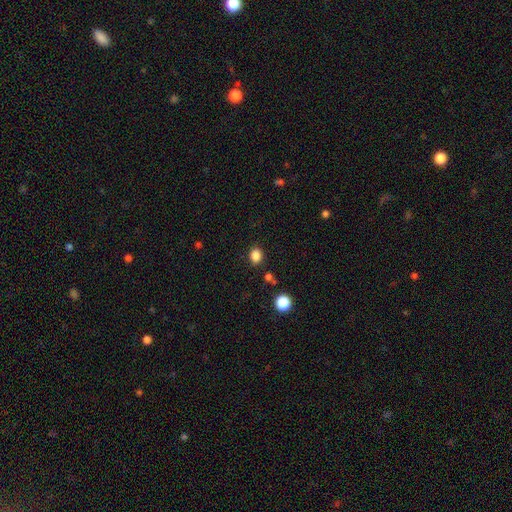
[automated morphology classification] Smooth or featured: smooth — 85% (star or artifact — 12%)
How rounded: round — 52% (in between — 47%)
Merging: none — 85% (minor disturbance — 9%)